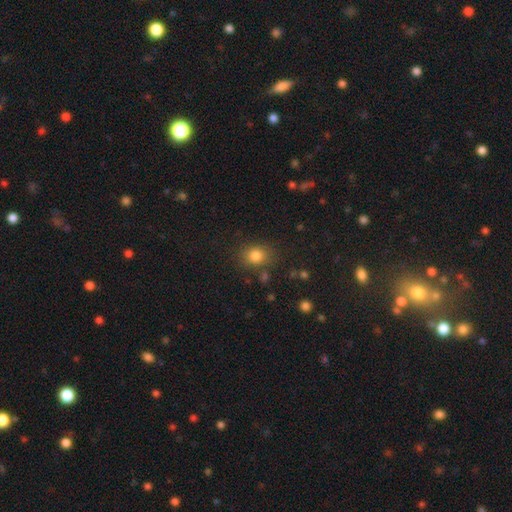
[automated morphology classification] Smooth or featured: smooth — 81% (star or artifact — 13%)
How rounded: round — 65% (in between — 34%)
Merging: none — 80% (minor disturbance — 12%)